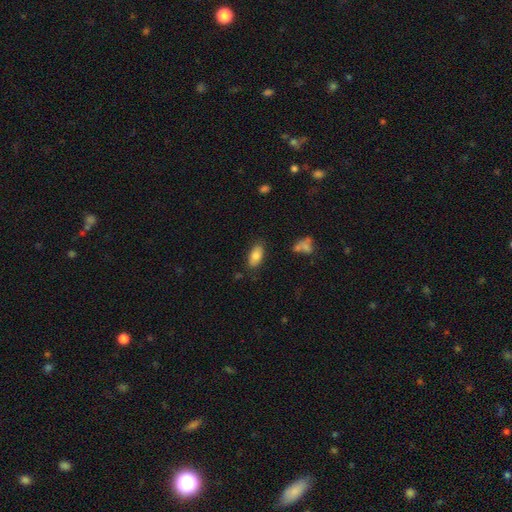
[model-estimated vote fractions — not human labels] Smooth or featured? smooth (81%)
How rounded? in between (92%)
Merging? none (81%)